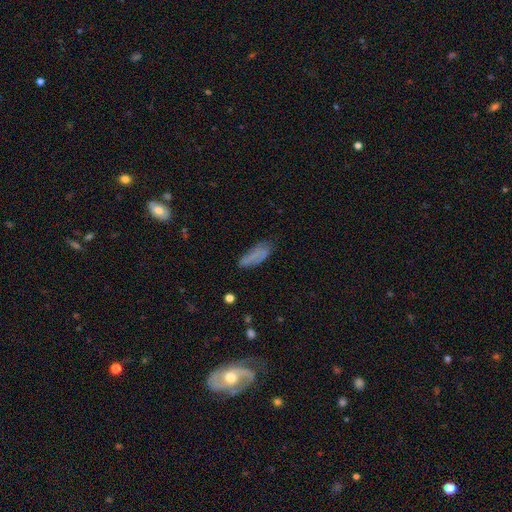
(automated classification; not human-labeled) This is likely a smooth galaxy (68%). How rounded: likely in between (61%). Merging: likely none (62%).